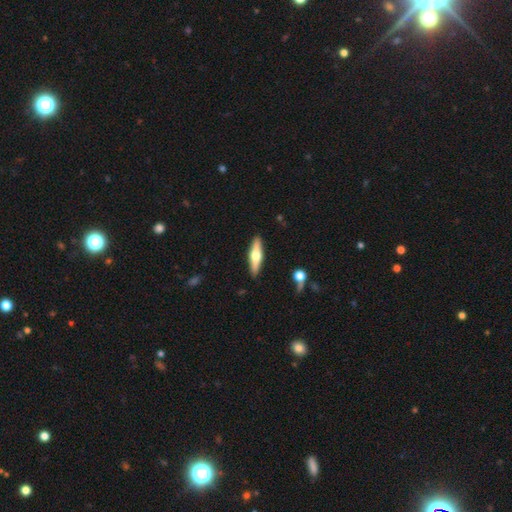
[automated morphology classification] Smooth or featured? Predicted: featured or disk (p=0.52). Edge-on disk? Predicted: yes (p=0.93). Merging? Predicted: none (p=0.89).